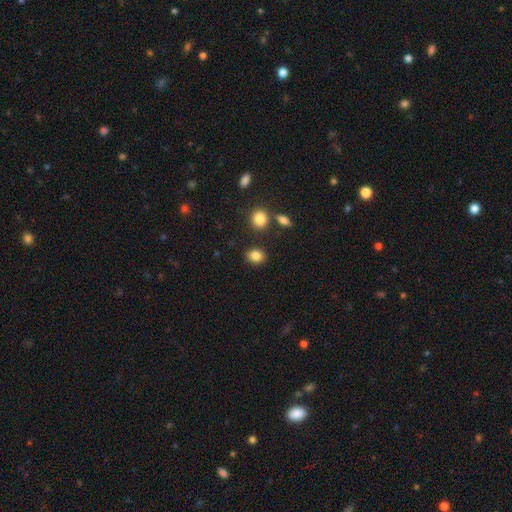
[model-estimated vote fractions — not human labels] Smooth or featured?
  - smooth: 84% *
  - star or artifact: 10%
  - featured or disk: 6%
How rounded?
  - round: 55% *
  - in between: 44%
  - cigar-shaped: 1%
Merging?
  - none: 84% *
  - minor disturbance: 9%
  - merger: 5%
  - major disturbance: 3%